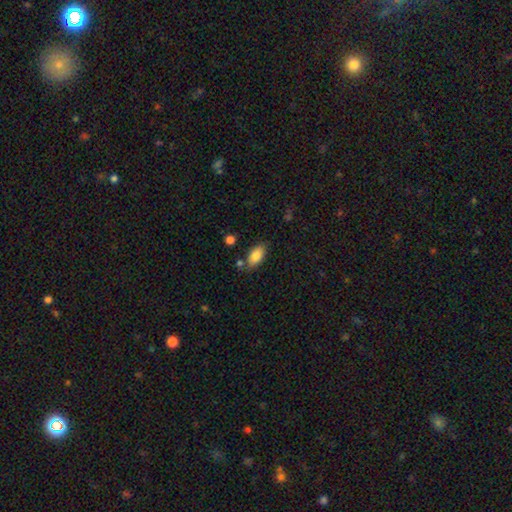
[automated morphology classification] Smooth or featured? smooth (84%)
How rounded? in between (90%)
Merging? none (75%)